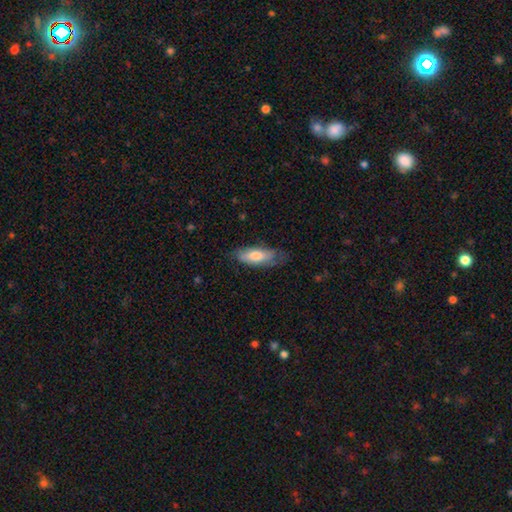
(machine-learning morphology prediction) Smooth or featured?
  - smooth: 70% *
  - featured or disk: 25%
  - star or artifact: 6%
How rounded?
  - in between: 67% *
  - cigar-shaped: 31%
  - round: 2%
Merging?
  - none: 62% *
  - minor disturbance: 27%
  - major disturbance: 9%
  - merger: 1%